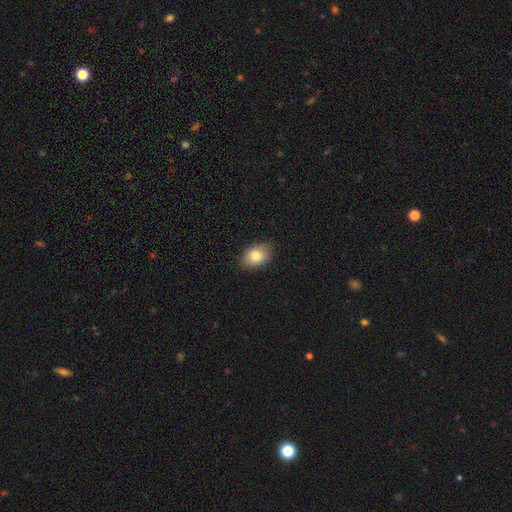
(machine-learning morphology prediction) Smooth or featured? smooth (81%)
How rounded? in between (79%)
Merging? none (84%)